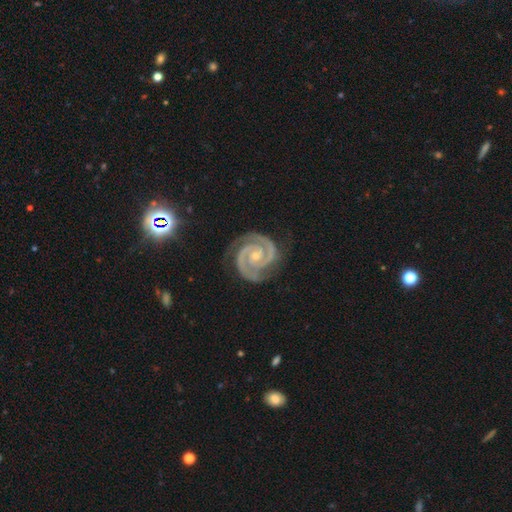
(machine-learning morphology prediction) type=featured or disk (94%); edge-on=no (98%); bar=no (66%); spiral arms=yes (99%); winding=tight (74%); arm count=2 (92%); bulge=small (65%); merging=none (82%).